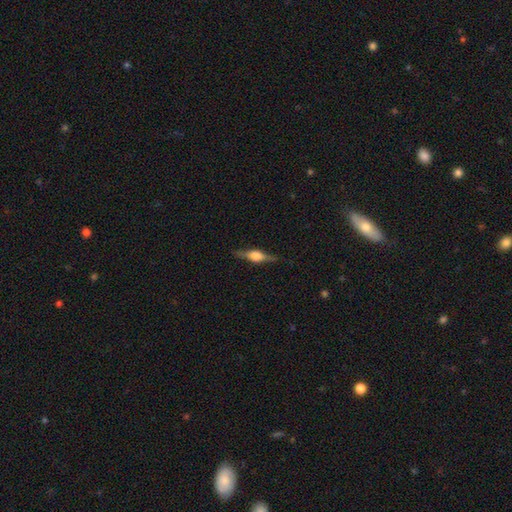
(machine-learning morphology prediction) This appears to be a featured or disk galaxy (75%) viewed edge-on (97%) with a rounded central bulge (86%). Merging: none (87%).